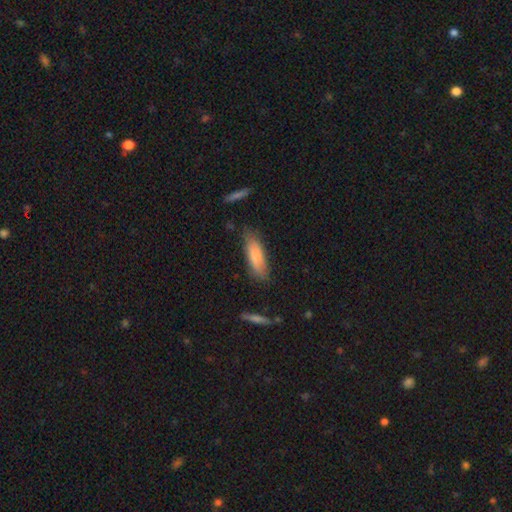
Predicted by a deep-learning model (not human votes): smooth_or_featured: smooth (p=0.82) [alt: featured or disk p=0.12]
how_rounded: in between (p=0.53) [alt: cigar-shaped p=0.46]
merging: none (p=0.74) [alt: minor disturbance p=0.20]